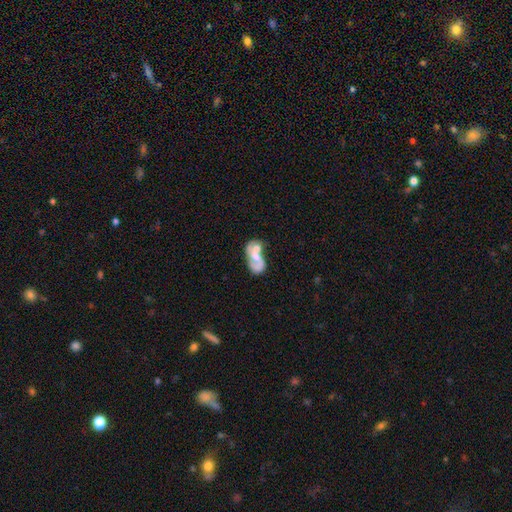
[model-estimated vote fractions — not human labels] smooth_or_featured: featured or disk (p=0.61) [alt: smooth p=0.31]
disk_edge_on: no (p=0.97) [alt: yes p=0.03]
bar: no (p=0.68) [alt: weak p=0.25]
has_spiral_arms: yes (p=0.61) [alt: no p=0.39]
bulge_size: moderate (p=0.43) [alt: small p=0.26]
merging: merger (p=0.56) [alt: none p=0.18]